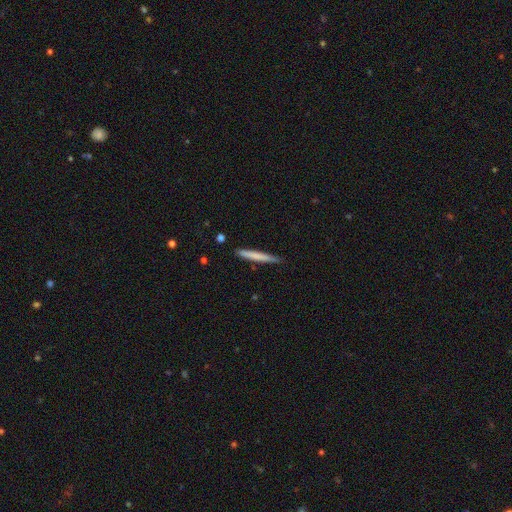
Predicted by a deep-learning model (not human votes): This is likely a smooth galaxy (71%). How rounded: clearly cigar-shaped (96%). Merging: clearly none (84%).